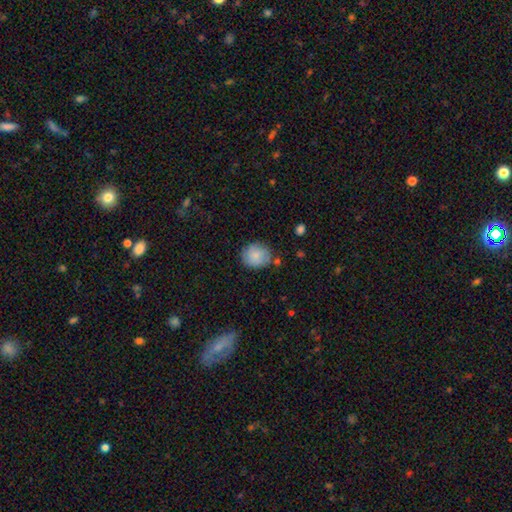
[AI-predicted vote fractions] Overall: smooth (81%). How rounded: round (76%). Merging: none (74%).